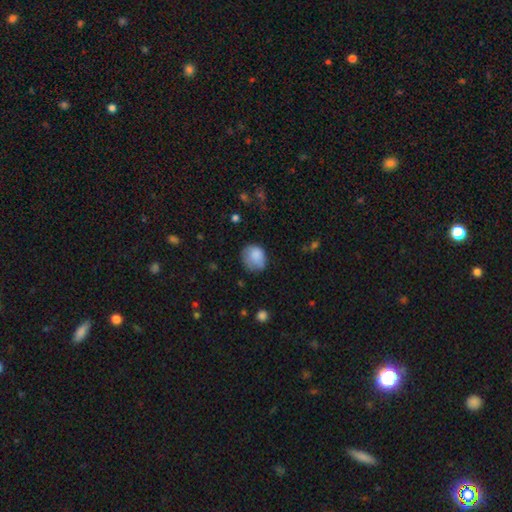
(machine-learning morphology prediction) smooth-or-featured: smooth: 82% | featured or disk: 10% | star or artifact: 9%
  how-rounded: round: 66% | in between: 33% | cigar-shaped: 1%
  merging: none: 54% | minor disturbance: 32% | major disturbance: 12% | merger: 2%